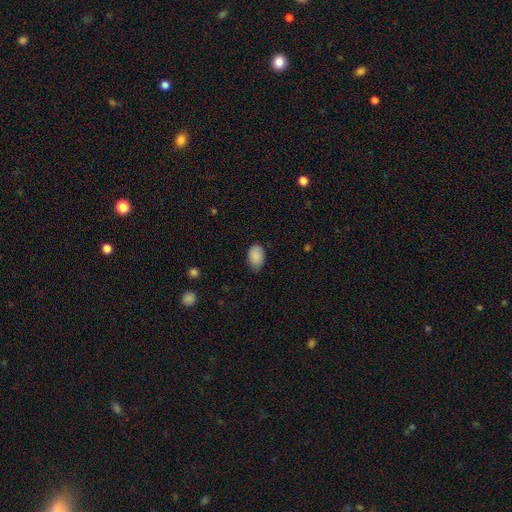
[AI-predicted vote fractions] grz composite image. It shows a smooth galaxy with no disk features (89%) that is in between round and cigar-shaped (87%). Merging: none (69%).